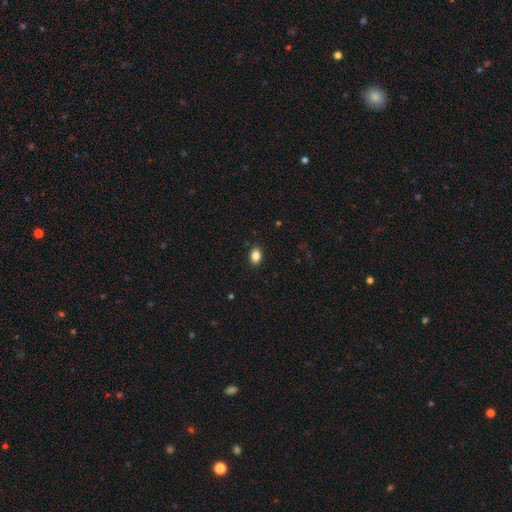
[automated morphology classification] Smooth or featured? Predicted: smooth (p=0.86). How rounded? Predicted: in between (p=0.84). Merging? Predicted: none (p=0.90).